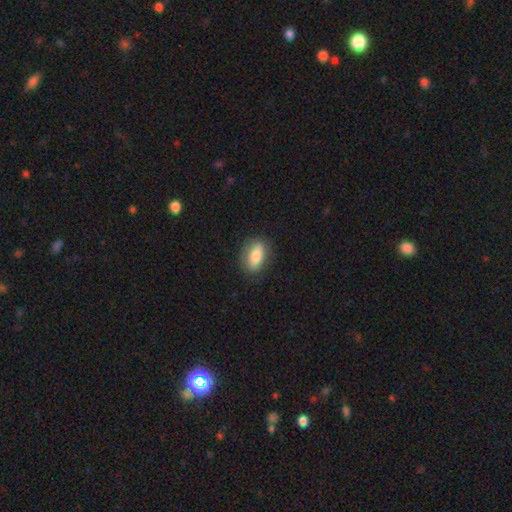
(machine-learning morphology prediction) Smooth or featured? Predicted: smooth (p=0.73). How rounded? Predicted: in between (p=0.85). Merging? Predicted: none (p=0.81).